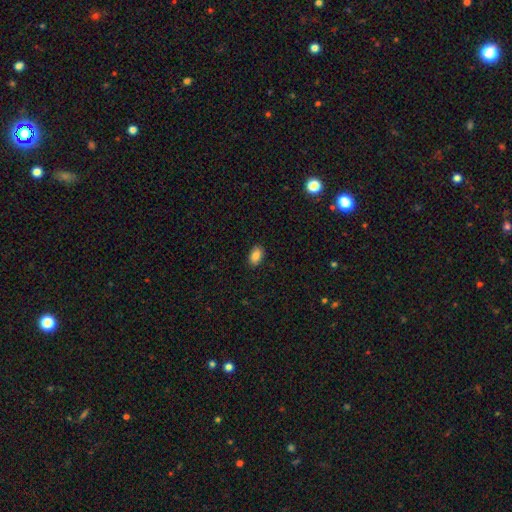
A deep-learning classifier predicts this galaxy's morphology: This appears to be a smooth galaxy with no disk features (87%) that is in between round and cigar-shaped (89%). Merging: none (89%).